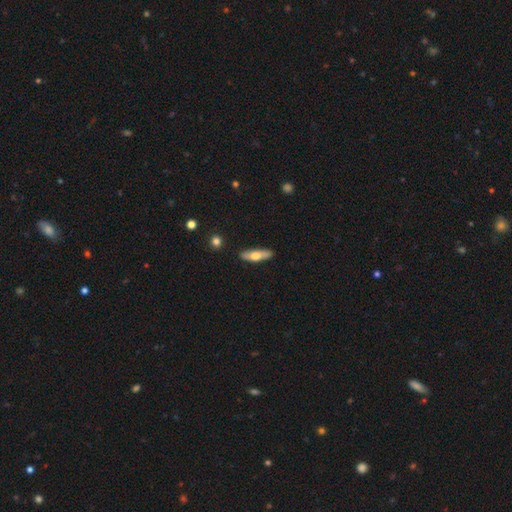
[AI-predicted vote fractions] Overall: smooth (58%; featured or disk 36%). How rounded: cigar-shaped (59%; in between 38%). Merging: none (87%).